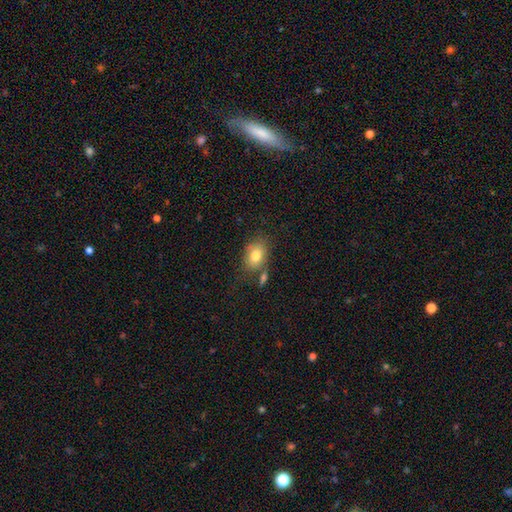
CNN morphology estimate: This is likely a smooth galaxy (78%). How rounded: likely in between (73%). Merging: possibly none (60%).